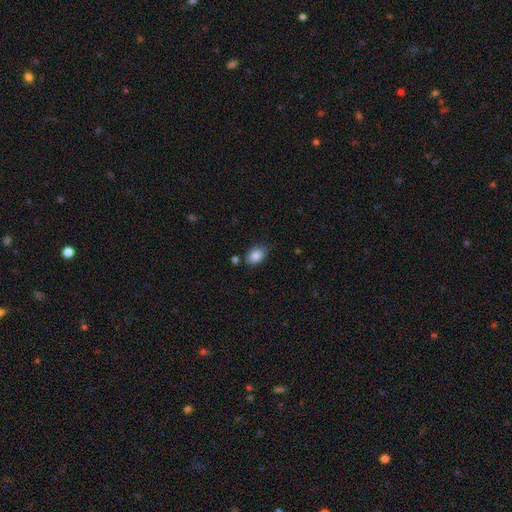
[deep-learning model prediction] Q: Smooth or featured?
A: smooth (85%); runner-up: star or artifact (8%)
Q: How rounded?
A: in between (80%); runner-up: round (18%)
Q: Merging?
A: none (72%); runner-up: minor disturbance (20%)